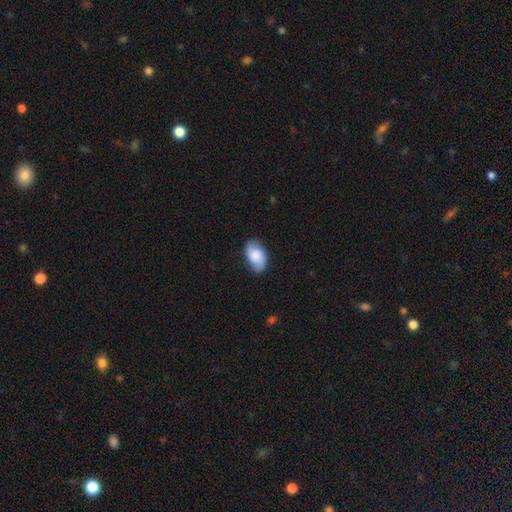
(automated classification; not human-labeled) Smooth or featured: smooth — 68% (featured or disk — 25%)
How rounded: in between — 93% (round — 6%)
Merging: none — 78% (minor disturbance — 17%)